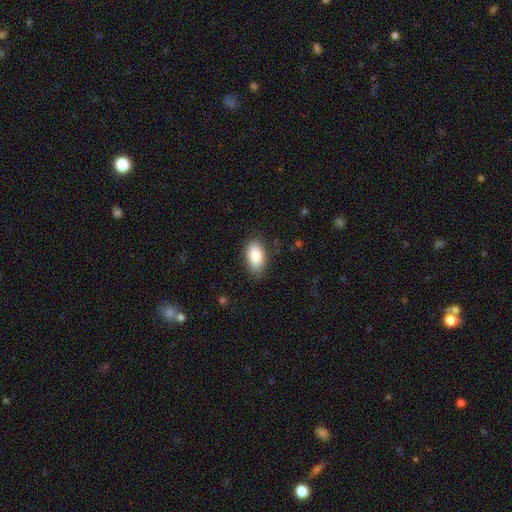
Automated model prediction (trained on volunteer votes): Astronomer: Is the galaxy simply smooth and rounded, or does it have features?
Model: smooth — 84%.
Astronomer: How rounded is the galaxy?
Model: in between — 93%.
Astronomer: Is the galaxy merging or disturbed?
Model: none — 83%.